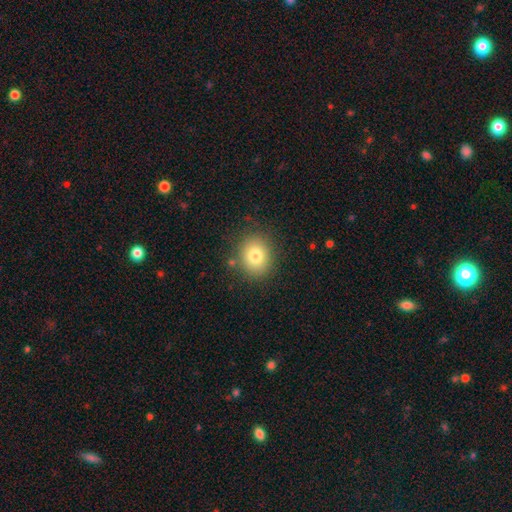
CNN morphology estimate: Q: Smooth or featured?
A: smooth (79%); runner-up: star or artifact (11%)
Q: How rounded?
A: round (70%); runner-up: in between (29%)
Q: Merging?
A: none (84%); runner-up: minor disturbance (10%)